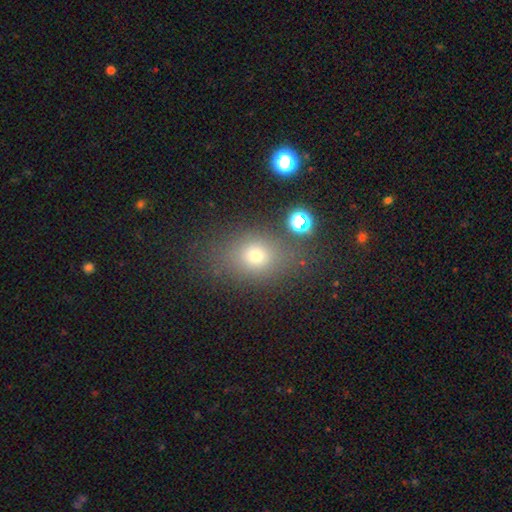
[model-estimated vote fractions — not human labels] smooth-or-featured: smooth: 69% | star or artifact: 19% | featured or disk: 12%
  how-rounded: in between: 57% | round: 41% | cigar-shaped: 2%
  merging: none: 77% | minor disturbance: 13% | major disturbance: 6% | merger: 5%